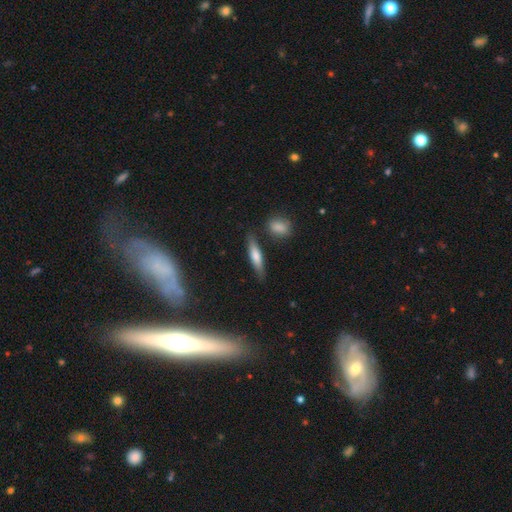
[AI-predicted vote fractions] Morphology: type=smooth (64%); roundness=cigar-shaped (74%); merging=none (80%).